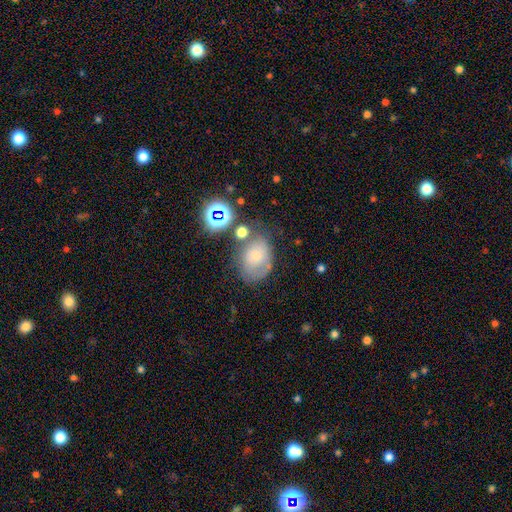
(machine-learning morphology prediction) type=smooth (58%); roundness=in between (69%); merging=none (45%).